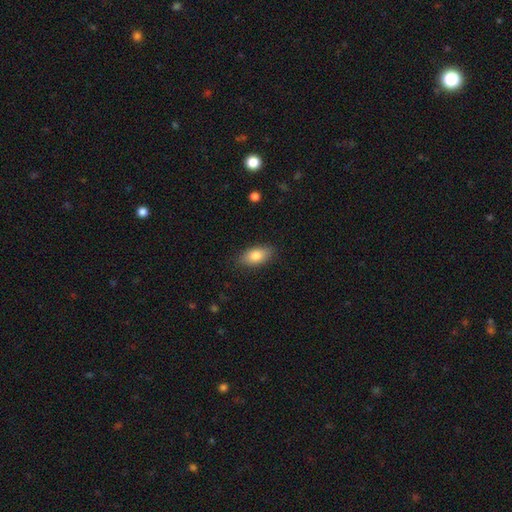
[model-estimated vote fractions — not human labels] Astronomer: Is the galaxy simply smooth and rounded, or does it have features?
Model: smooth — 82%.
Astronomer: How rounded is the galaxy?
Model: in between — 90%.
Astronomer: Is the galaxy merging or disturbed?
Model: none — 86%.